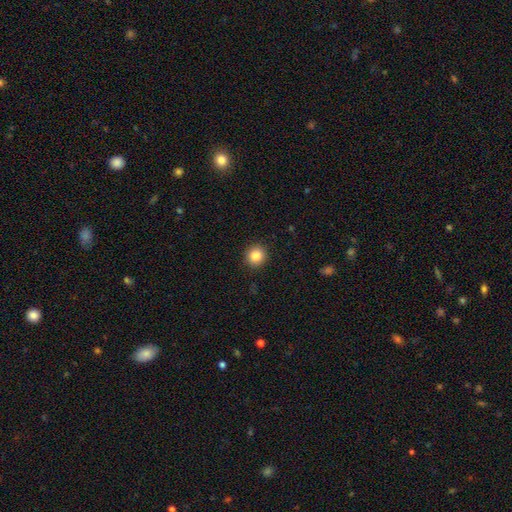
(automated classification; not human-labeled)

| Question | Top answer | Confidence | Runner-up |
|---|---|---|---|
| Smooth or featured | smooth | 86% | star or artifact (10%) |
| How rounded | round | 90% | in between (9%) |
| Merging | none | 92% | minor disturbance (6%) |